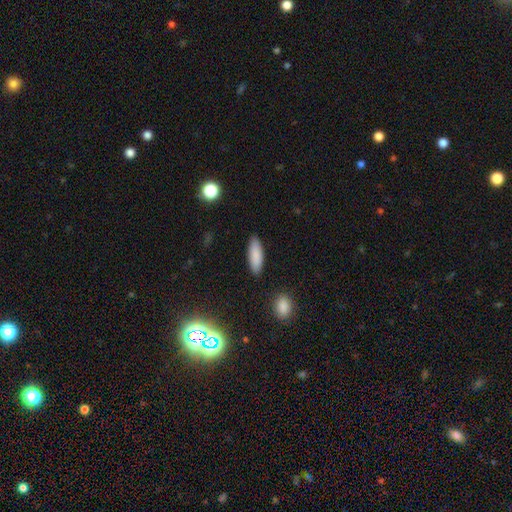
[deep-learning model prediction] A smooth galaxy with no disk features (87%) that is in between round and cigar-shaped (60%). Merging: none (88%).